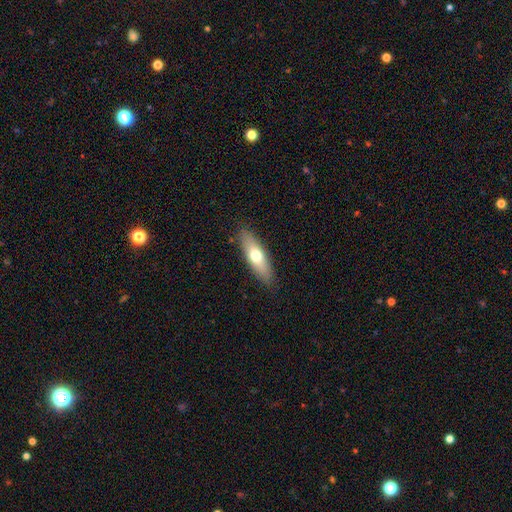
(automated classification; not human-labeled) Smooth or featured?
  - smooth: 65% *
  - featured or disk: 29%
  - star or artifact: 6%
How rounded?
  - in between: 50% *
  - cigar-shaped: 48%
  - round: 2%
Merging?
  - none: 87% *
  - minor disturbance: 10%
  - major disturbance: 2%
  - merger: 1%